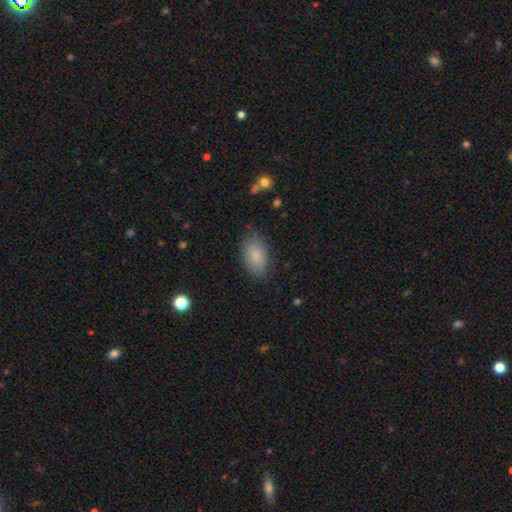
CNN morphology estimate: Smooth or featured: smooth — 84% (featured or disk — 8%)
How rounded: in between — 91% (round — 7%)
Merging: none — 81% (minor disturbance — 15%)